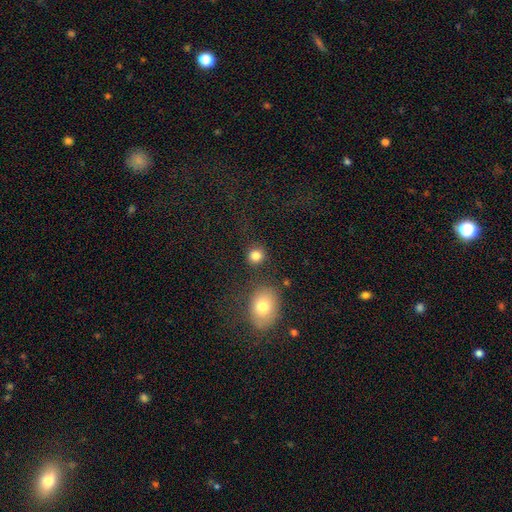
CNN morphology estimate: This appears to be a smooth galaxy with no disk features (82%) that is round (80%). Merging: none (80%).